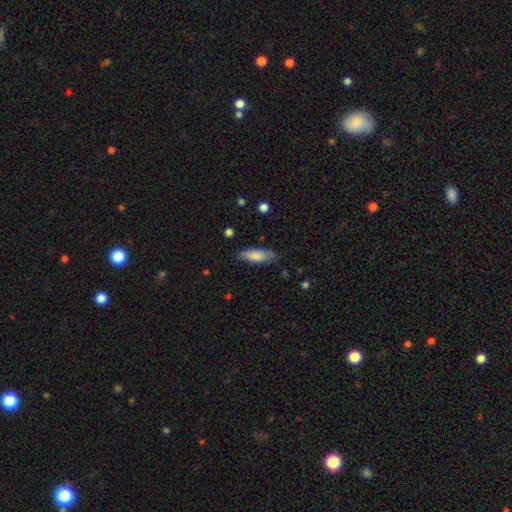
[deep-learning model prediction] Smooth or featured?
  - smooth: 79% *
  - featured or disk: 15%
  - star or artifact: 6%
How rounded?
  - in between: 64% *
  - cigar-shaped: 35%
  - round: 2%
Merging?
  - none: 74% *
  - minor disturbance: 21%
  - major disturbance: 4%
  - merger: 1%